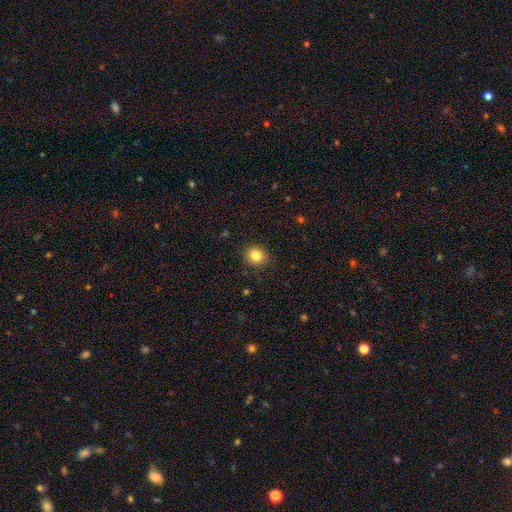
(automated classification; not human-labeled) A smooth galaxy with no disk features (83%) that is round (84%). Merging: none (90%).